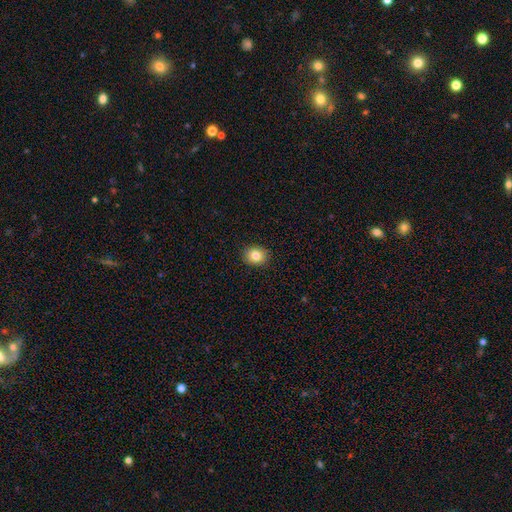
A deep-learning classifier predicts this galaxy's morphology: smooth-or-featured: smooth: 83% | star or artifact: 10% | featured or disk: 7%
  how-rounded: round: 58% | in between: 41% | cigar-shaped: 1%
  merging: none: 90% | minor disturbance: 7% | major disturbance: 2% | merger: 1%